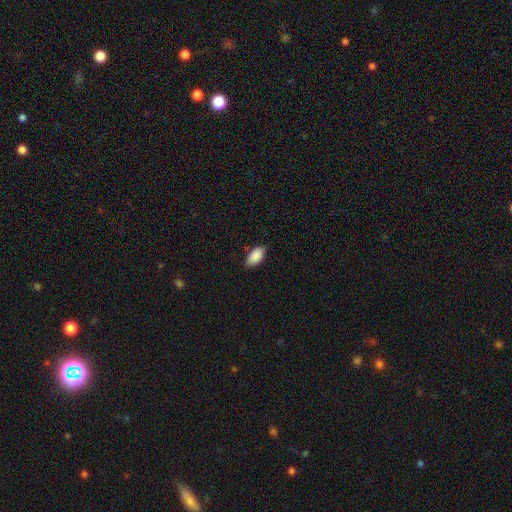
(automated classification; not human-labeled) smooth-or-featured: smooth: 89% | star or artifact: 6% | featured or disk: 5%
  how-rounded: in between: 94% | cigar-shaped: 3% | round: 3%
  merging: none: 78% | minor disturbance: 18% | major disturbance: 3% | merger: 1%